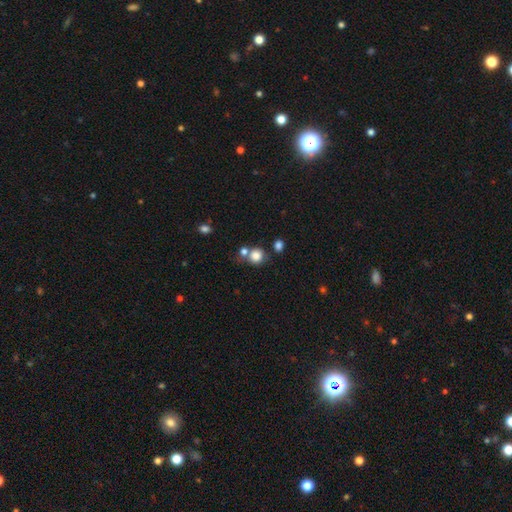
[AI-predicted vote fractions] smooth-or-featured: smooth: 82% | star or artifact: 12% | featured or disk: 7%
  how-rounded: round: 84% | in between: 15% | cigar-shaped: 1%
  merging: none: 58% | merger: 25% | minor disturbance: 11% | major disturbance: 5%